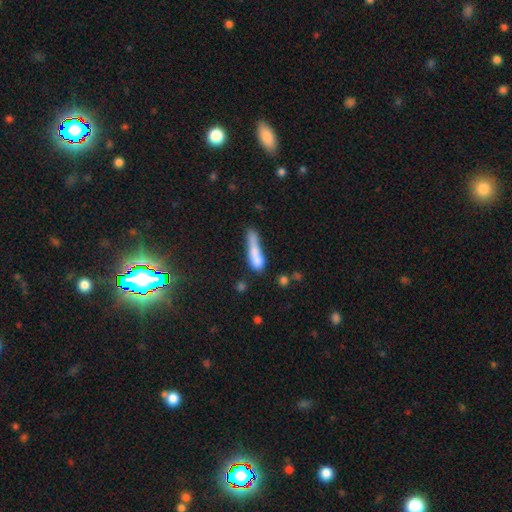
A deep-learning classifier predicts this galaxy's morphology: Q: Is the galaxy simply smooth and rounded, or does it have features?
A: smooth — 70%.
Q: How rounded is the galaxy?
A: cigar-shaped — 73%.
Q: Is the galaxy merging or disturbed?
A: none — 31%.